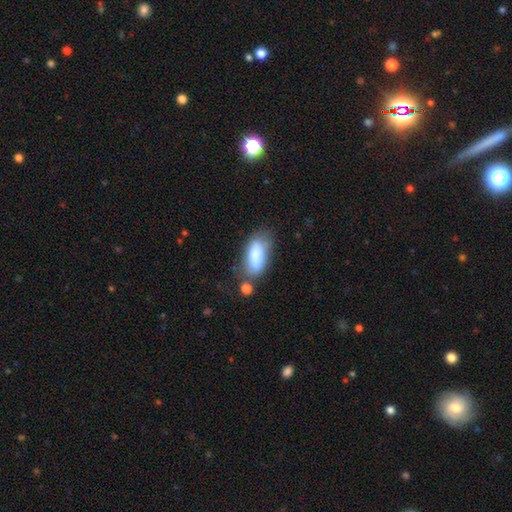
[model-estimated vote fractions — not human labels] Smooth or featured? Predicted: smooth (p=0.77). How rounded? Predicted: in between (p=0.81). Merging? Predicted: none (p=0.51).